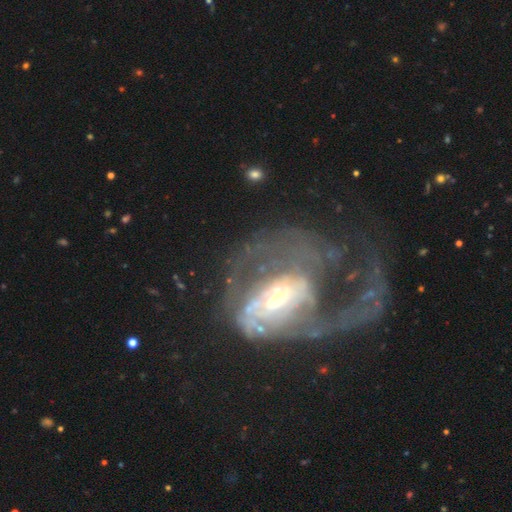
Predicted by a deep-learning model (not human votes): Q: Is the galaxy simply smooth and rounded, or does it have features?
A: featured or disk — 79%.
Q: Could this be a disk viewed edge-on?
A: no — 96%.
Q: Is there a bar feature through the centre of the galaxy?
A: no — 52%.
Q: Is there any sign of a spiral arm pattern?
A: yes — 73%.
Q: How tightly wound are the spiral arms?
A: medium — 38%.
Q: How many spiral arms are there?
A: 1 — 33%.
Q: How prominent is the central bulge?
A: small — 49%.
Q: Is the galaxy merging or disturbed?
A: major disturbance — 66%.